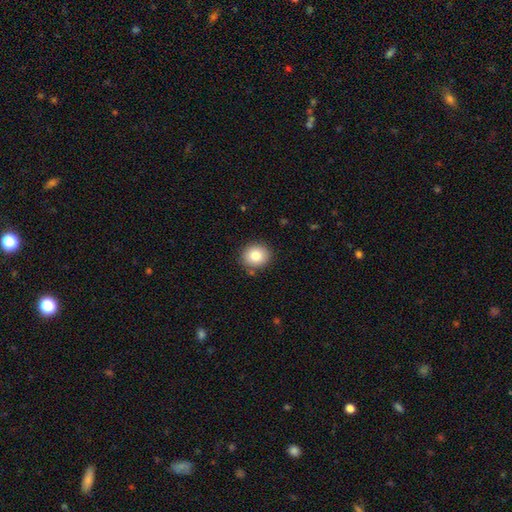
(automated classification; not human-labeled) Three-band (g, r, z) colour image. It shows a smooth galaxy with no disk features (81%) that is round (86%). Merging: none (87%).